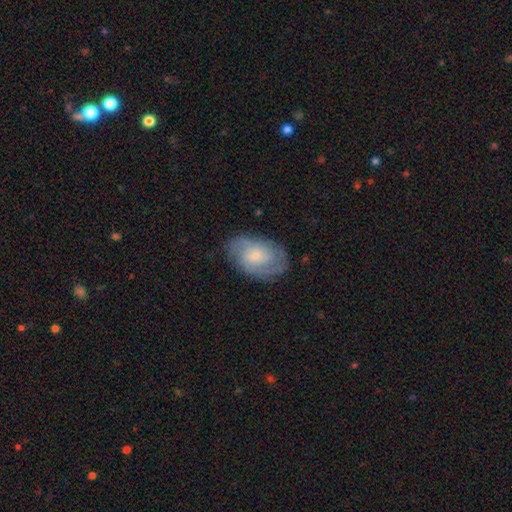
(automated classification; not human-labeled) Smooth or featured? Predicted: featured or disk (p=0.70). Edge-on disk? Predicted: no (p=0.96). Bar? Predicted: no (p=0.63). Spiral arms? Predicted: yes (p=0.90). Spiral winding? Predicted: tight (p=0.47). Spiral arm count? Predicted: 2 (p=0.51). Bulge size? Predicted: small (p=0.71). Merging? Predicted: none (p=0.76).